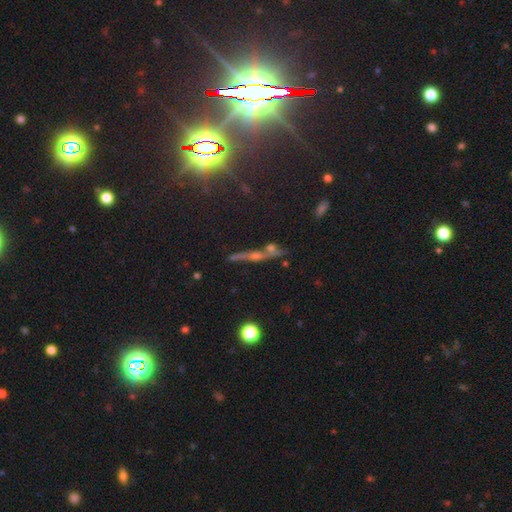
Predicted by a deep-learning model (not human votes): smooth_or_featured: featured or disk (p=0.55) [alt: star or artifact p=0.23]
disk_edge_on: yes (p=0.82) [alt: no p=0.18]
merging: none (p=0.60) [alt: merger p=0.20]